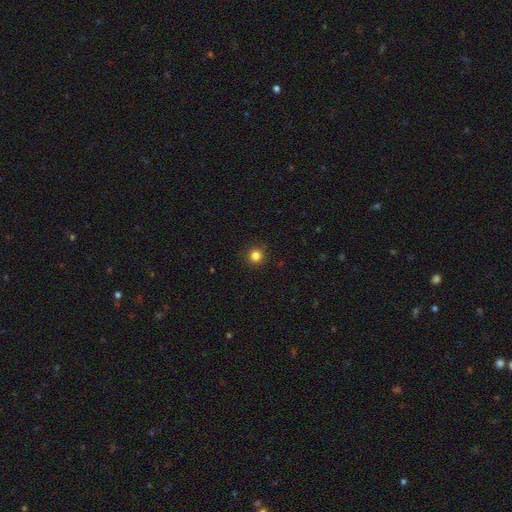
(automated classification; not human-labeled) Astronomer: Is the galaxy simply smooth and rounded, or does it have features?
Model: smooth — 84%.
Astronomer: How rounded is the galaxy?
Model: round — 94%.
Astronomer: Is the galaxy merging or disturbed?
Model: none — 91%.